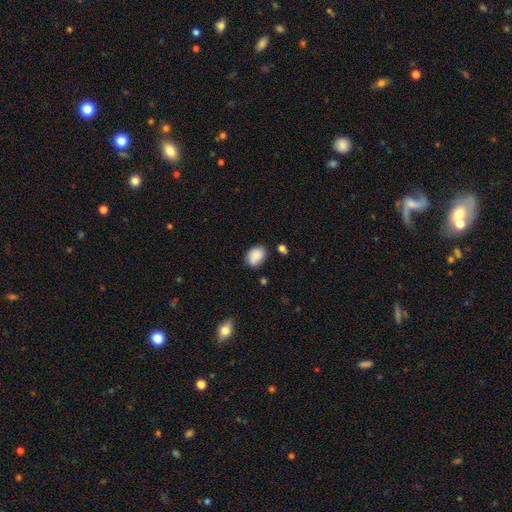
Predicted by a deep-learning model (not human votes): Morphology: type=smooth (86%); roundness=in between (71%); merging=none (70%).